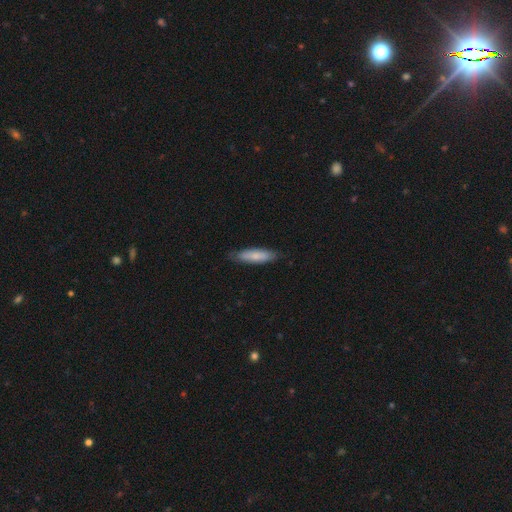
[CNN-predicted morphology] smooth_or_featured: smooth (p=0.76) [alt: featured or disk p=0.19]
how_rounded: cigar-shaped (p=0.63) [alt: in between p=0.36]
merging: none (p=0.81) [alt: minor disturbance p=0.16]